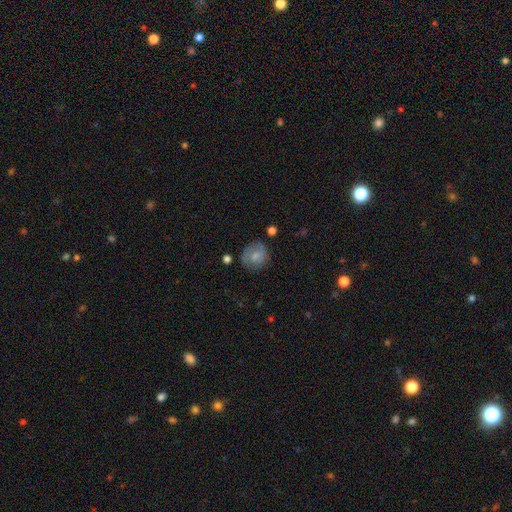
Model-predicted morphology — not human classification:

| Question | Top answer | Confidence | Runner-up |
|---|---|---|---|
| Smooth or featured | smooth | 68% | featured or disk (23%) |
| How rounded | round | 76% | in between (23%) |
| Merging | none | 71% | minor disturbance (19%) |